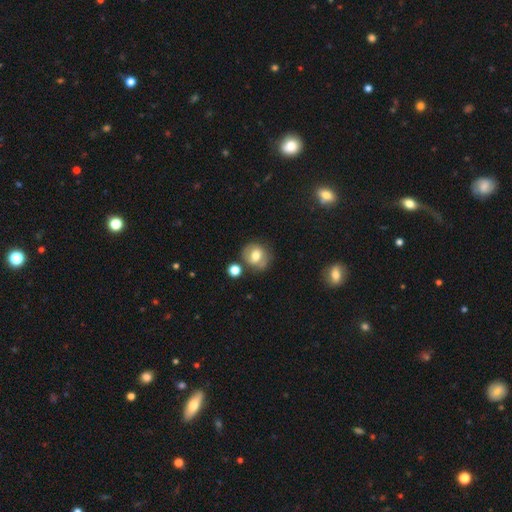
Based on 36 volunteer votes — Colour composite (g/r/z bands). It shows a smooth galaxy with no disk features (58%) that is round (57%). Merging: none (59%).